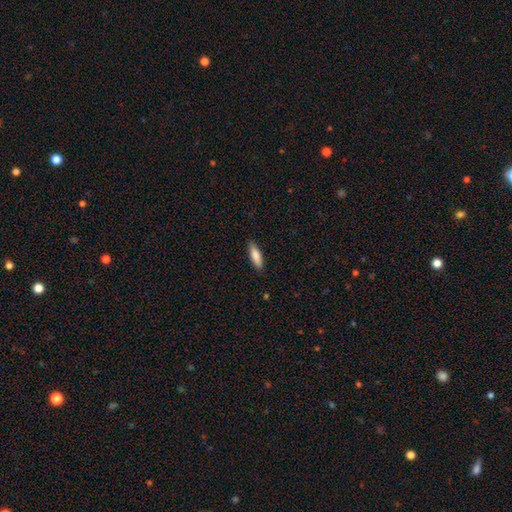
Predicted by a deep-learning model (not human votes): smooth 83%, featured or disk 11%, star or artifact 6%. Down the decision tree: how rounded — cigar-shaped (52%); merging — none (88%).